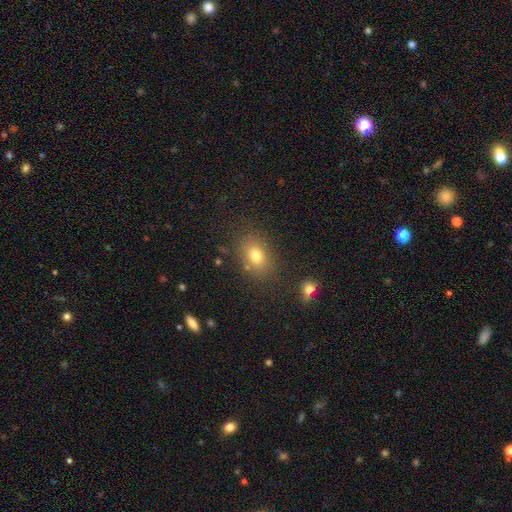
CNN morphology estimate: A smooth galaxy with no disk features (76%) that is in between round and cigar-shaped (71%). Merging: none (79%).